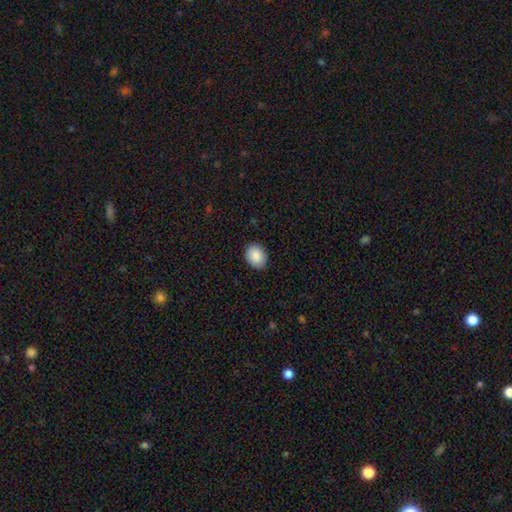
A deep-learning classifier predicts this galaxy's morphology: The model was most divided on "how rounded": in between: 63%, round: 36%, cigar-shaped: 1%. More confident: smooth or featured — smooth (89%); merging — none (88%).